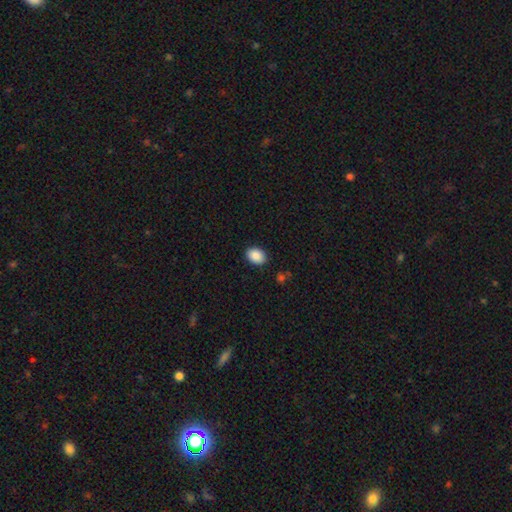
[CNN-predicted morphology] smooth 87%, star or artifact 8%, featured or disk 5%. Down the decision tree: how rounded — in between (74%); merging — none (89%).